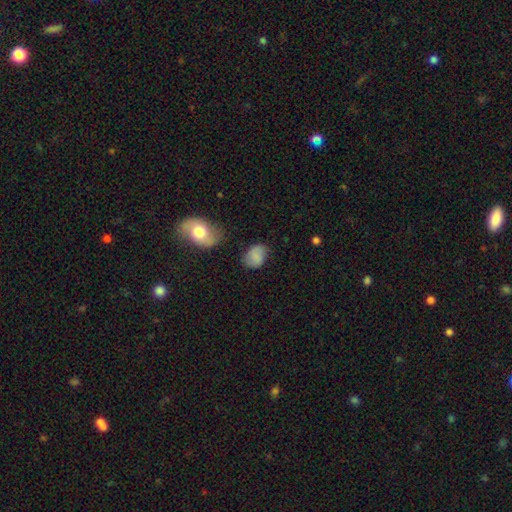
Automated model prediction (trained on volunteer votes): Overall: smooth (73%). How rounded: in between (68%; round 30%). Merging: none (66%).